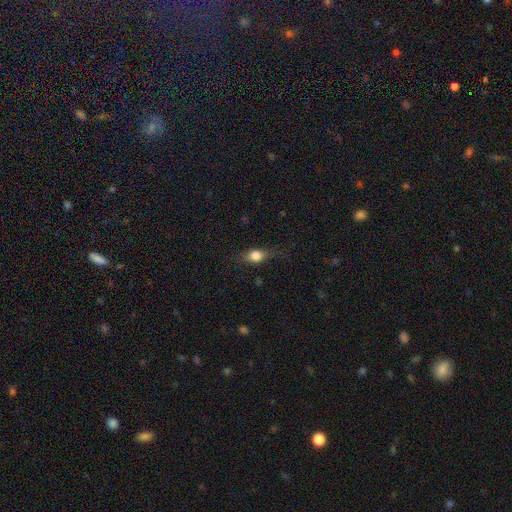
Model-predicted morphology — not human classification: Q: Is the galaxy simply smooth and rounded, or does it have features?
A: smooth — 69%.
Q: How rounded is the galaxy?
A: in between — 61%.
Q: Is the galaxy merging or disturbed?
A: none — 70%.